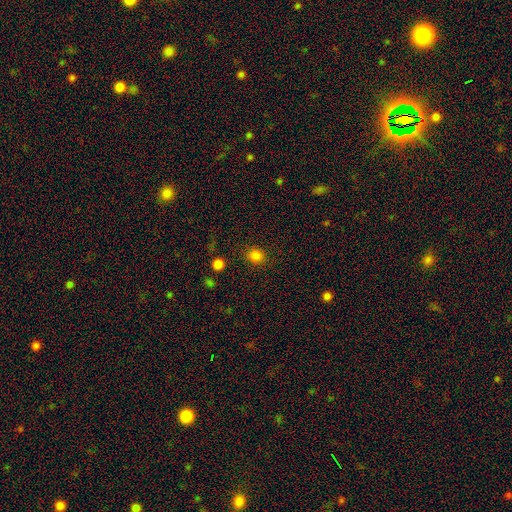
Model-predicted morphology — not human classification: This appears to be a smooth galaxy with no disk features (83%) that is round (80%). Merging: none (87%).